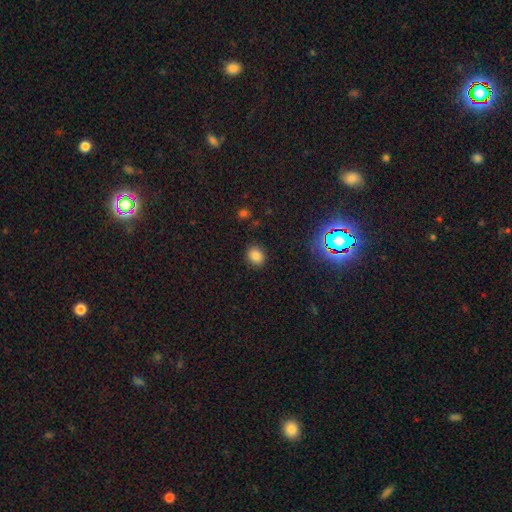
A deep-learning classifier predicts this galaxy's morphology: A smooth galaxy with no disk features (80%) that is round (65%). Merging: none (89%).